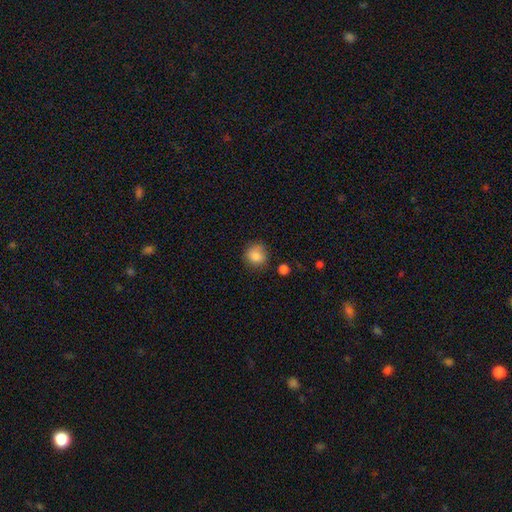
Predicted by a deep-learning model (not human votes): This is clearly a smooth galaxy (85%). How rounded: clearly round (87%). Merging: likely none (77%).